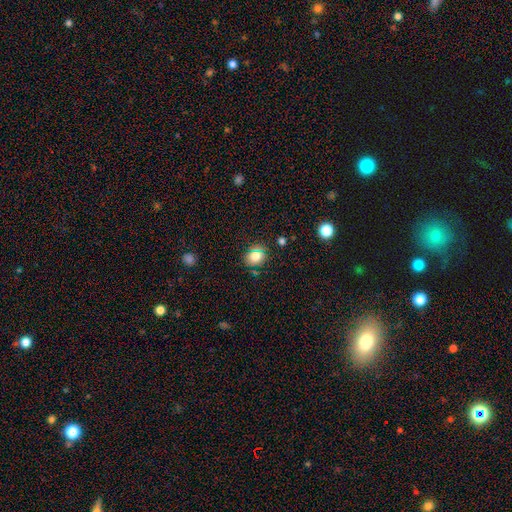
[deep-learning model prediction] This is likely a smooth galaxy (77%). How rounded: possibly round (58%). Merging: clearly none (84%).